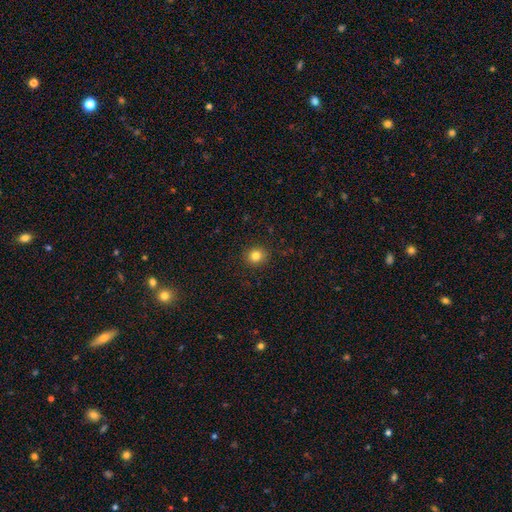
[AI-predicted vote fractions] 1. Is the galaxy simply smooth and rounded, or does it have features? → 82% smooth, 12% star or artifact, 6% featured or disk.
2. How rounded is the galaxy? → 86% round, 13% in between, 1% cigar-shaped.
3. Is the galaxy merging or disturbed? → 91% none, 6% minor disturbance, 2% major disturbance, 1% merger.